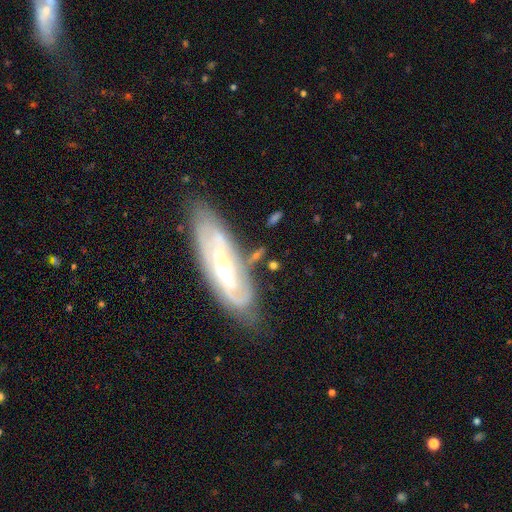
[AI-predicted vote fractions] Q: Smooth or featured?
A: featured or disk (73%); runner-up: smooth (20%)
Q: Edge-on disk?
A: no (78%); runner-up: yes (22%)
Q: Bar?
A: no (40%); runner-up: weak (37%)
Q: Spiral arms?
A: yes (79%); runner-up: no (21%)
Q: Bulge size?
A: moderate (50%); runner-up: small (31%)
Q: Merging?
A: none (62%); runner-up: minor disturbance (21%)